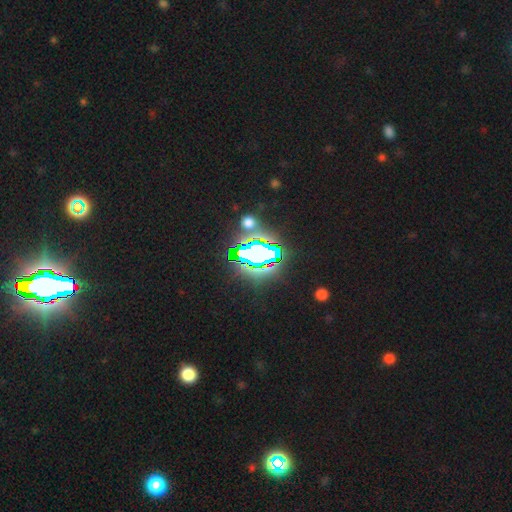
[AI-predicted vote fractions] smooth_or_featured: star or artifact (p=0.68) [alt: smooth p=0.16]